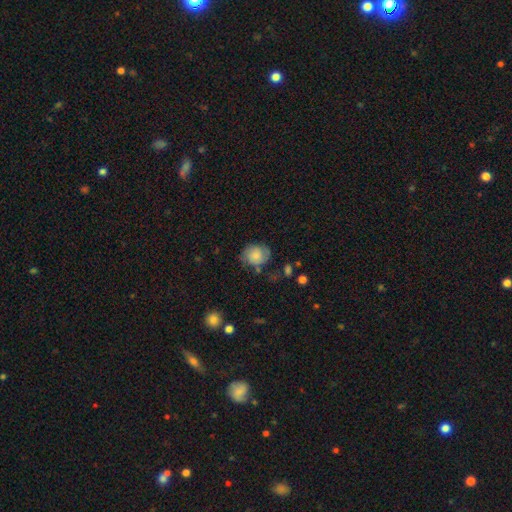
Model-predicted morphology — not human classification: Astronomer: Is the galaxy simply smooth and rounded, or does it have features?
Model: smooth — 71%.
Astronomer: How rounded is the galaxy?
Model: round — 63%.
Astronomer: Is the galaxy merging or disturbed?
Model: none — 61%.